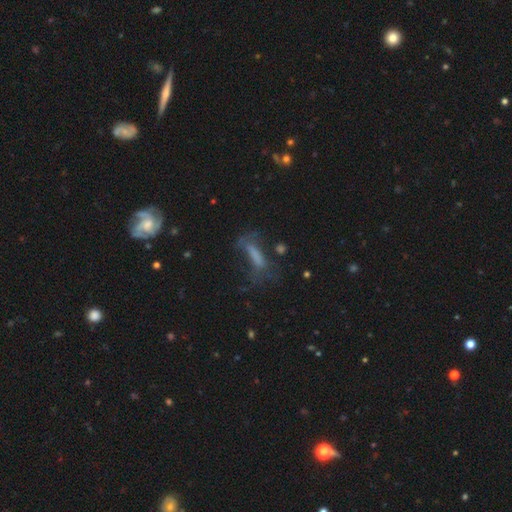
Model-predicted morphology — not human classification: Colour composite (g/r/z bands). It shows a smooth galaxy with no disk features (50%). Merging: none (38%).